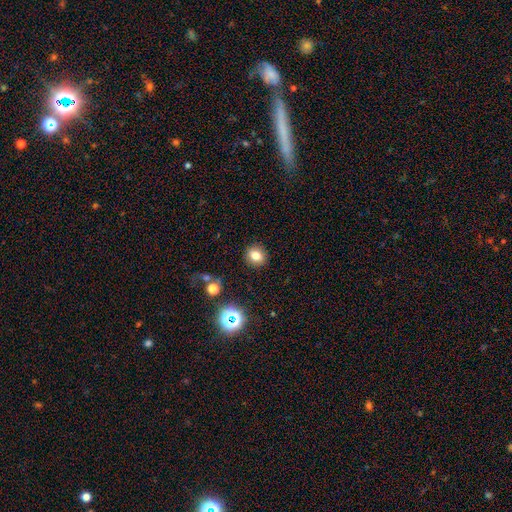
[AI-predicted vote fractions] smooth_or_featured: smooth (p=0.78) [alt: star or artifact p=0.14]
how_rounded: round (p=0.73) [alt: in between p=0.26]
merging: none (p=0.89) [alt: minor disturbance p=0.07]